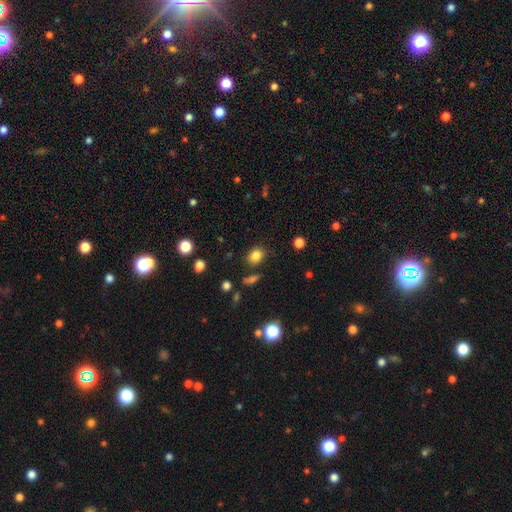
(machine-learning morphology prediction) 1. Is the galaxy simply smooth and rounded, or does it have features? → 83% smooth, 11% star or artifact, 6% featured or disk.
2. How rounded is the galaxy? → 51% round, 48% in between, 1% cigar-shaped.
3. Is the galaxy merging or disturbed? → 81% none, 11% minor disturbance, 4% merger, 4% major disturbance.